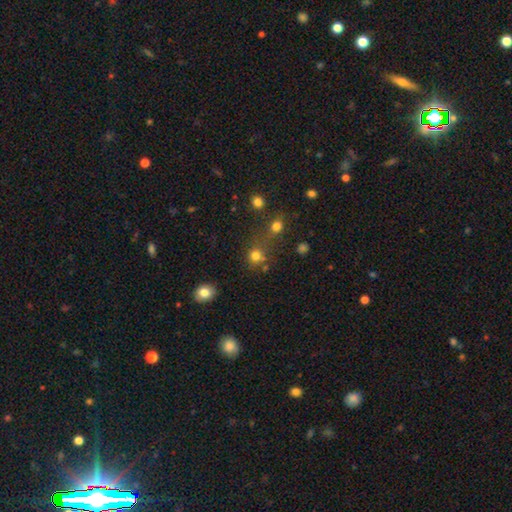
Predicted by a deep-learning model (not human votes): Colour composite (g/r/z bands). It shows a smooth galaxy with no disk features (76%) that is round (88%). Merging: none (59%).